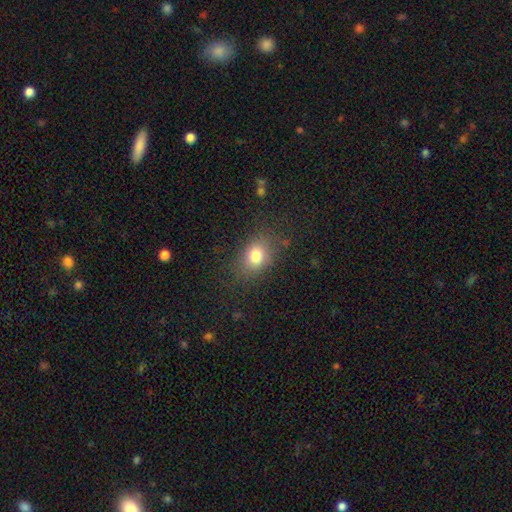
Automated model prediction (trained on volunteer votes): Overall: smooth (79%). How rounded: in between (63%; round 36%). Merging: none (75%).